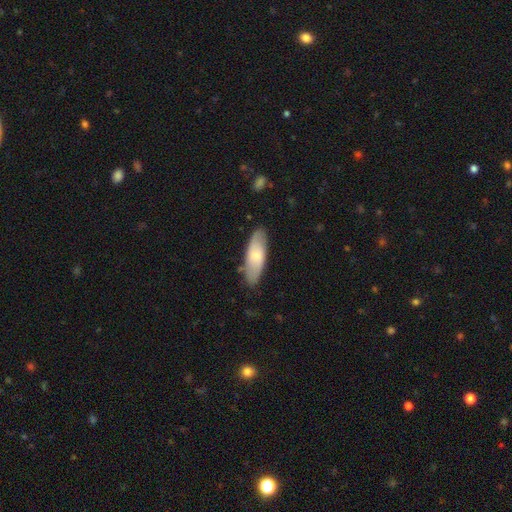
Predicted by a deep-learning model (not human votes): Overall: smooth (62%; featured or disk 33%). How rounded: in between (65%; cigar-shaped 33%). Merging: none (82%).